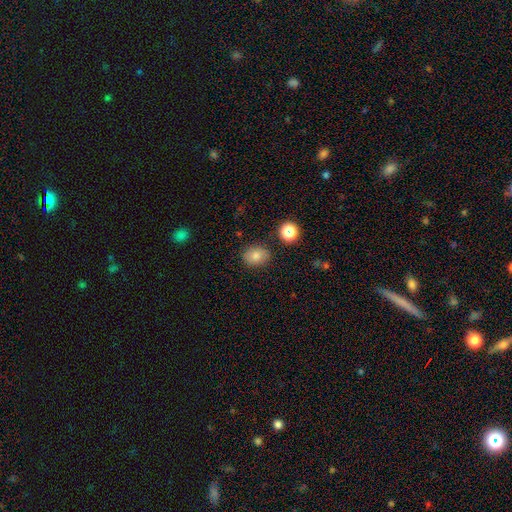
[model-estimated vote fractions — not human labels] Smooth or featured?
  - smooth: 81% *
  - star or artifact: 11%
  - featured or disk: 8%
How rounded?
  - in between: 53% *
  - round: 46%
  - cigar-shaped: 1%
Merging?
  - none: 84% *
  - minor disturbance: 10%
  - merger: 3%
  - major disturbance: 3%